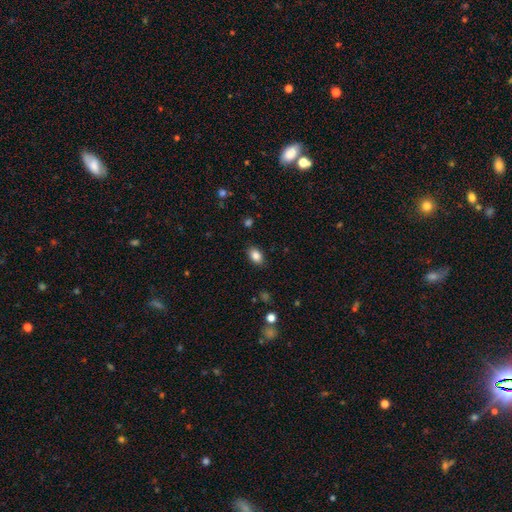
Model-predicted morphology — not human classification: A smooth galaxy with no disk features (85%) that is in between round and cigar-shaped (81%).

Vote fractions:
- Smooth or featured? smooth: 85% / star or artifact: 9% / featured or disk: 6%
- How rounded? in between: 81% / round: 18% / cigar-shaped: 1%
- Merging? none: 87% / minor disturbance: 10% / major disturbance: 2% / merger: 1%